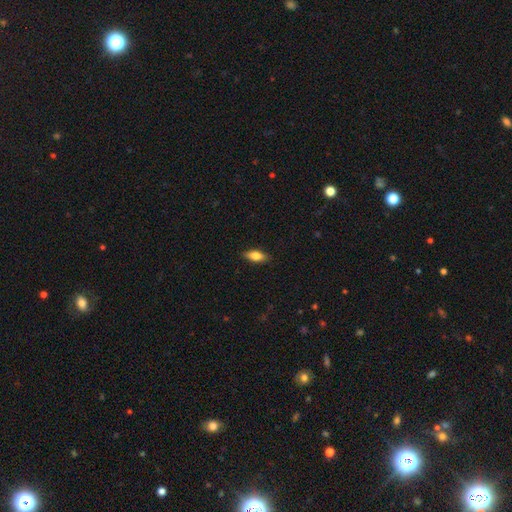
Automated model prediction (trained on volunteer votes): This appears to be a smooth galaxy with no disk features (72%) that is in between round and cigar-shaped (76%). Merging: none (87%).